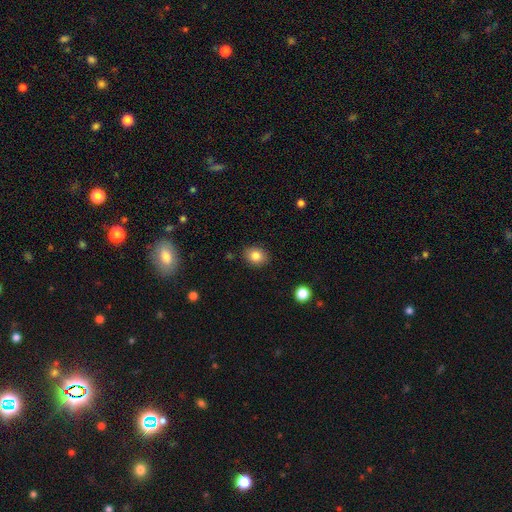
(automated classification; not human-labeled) Smooth or featured? Predicted: smooth (p=0.83). How rounded? Predicted: round (p=0.50). Merging? Predicted: none (p=0.87).